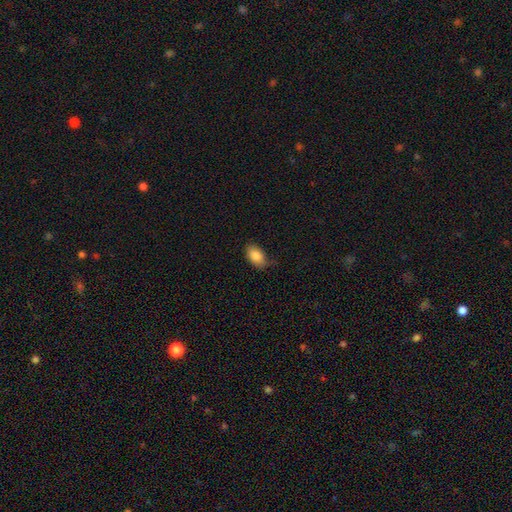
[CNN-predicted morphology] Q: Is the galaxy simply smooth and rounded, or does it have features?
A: smooth — 87%.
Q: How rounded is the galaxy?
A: in between — 90%.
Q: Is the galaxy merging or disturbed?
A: none — 73%.